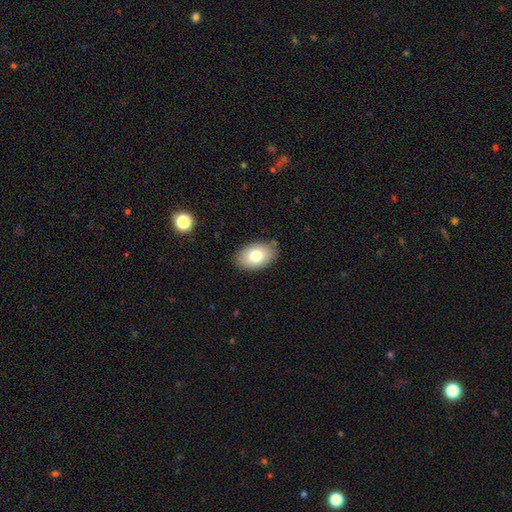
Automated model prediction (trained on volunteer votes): Smooth or featured? Predicted: smooth (p=0.78). How rounded? Predicted: in between (p=0.90). Merging? Predicted: none (p=0.81).